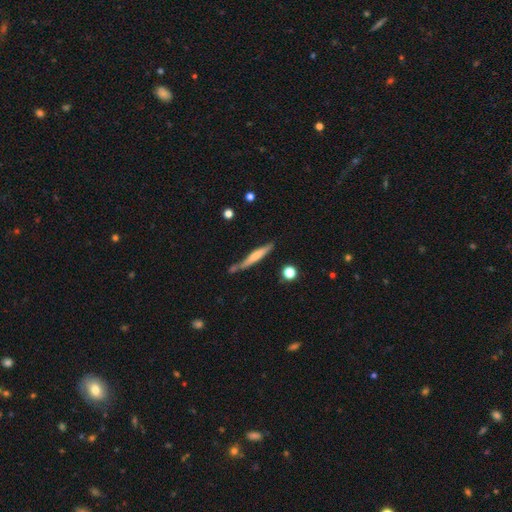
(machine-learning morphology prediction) Overall: smooth (51%; featured or disk 43%). How rounded: cigar-shaped (92%). Merging: none (63%).